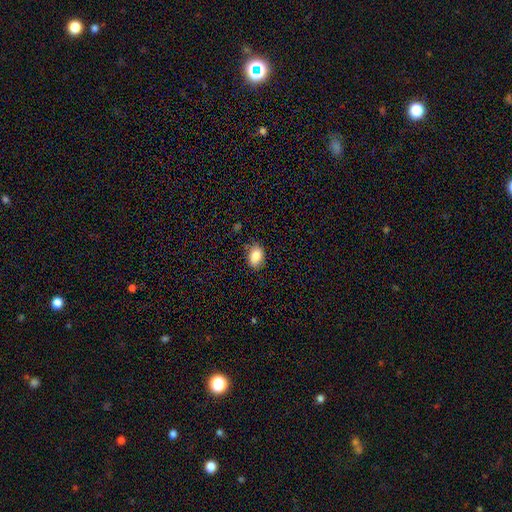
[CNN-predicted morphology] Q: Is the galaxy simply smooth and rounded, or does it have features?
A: smooth — 83%.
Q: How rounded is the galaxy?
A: in between — 79%.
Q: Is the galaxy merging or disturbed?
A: none — 81%.